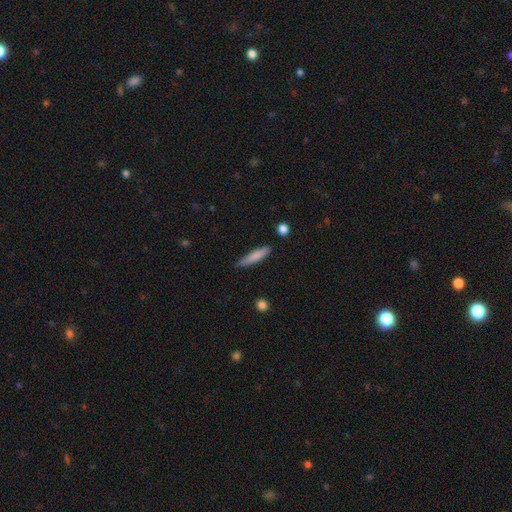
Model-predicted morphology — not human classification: This is likely a smooth galaxy (78%). How rounded: clearly cigar-shaped (88%). Merging: likely none (73%).